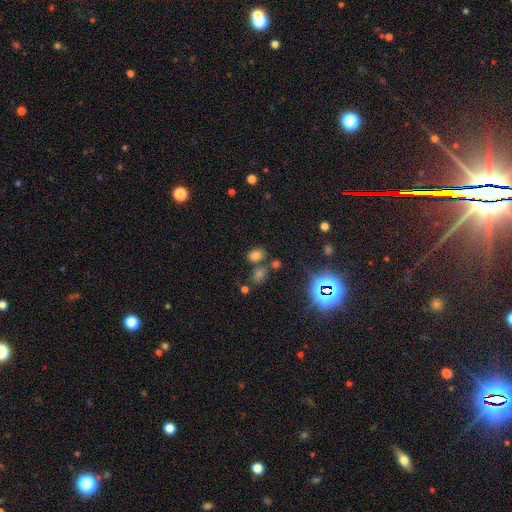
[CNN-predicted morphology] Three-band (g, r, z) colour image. It shows a smooth galaxy with no disk features (69%) that is in between round and cigar-shaped (70%). Merging: none (68%).